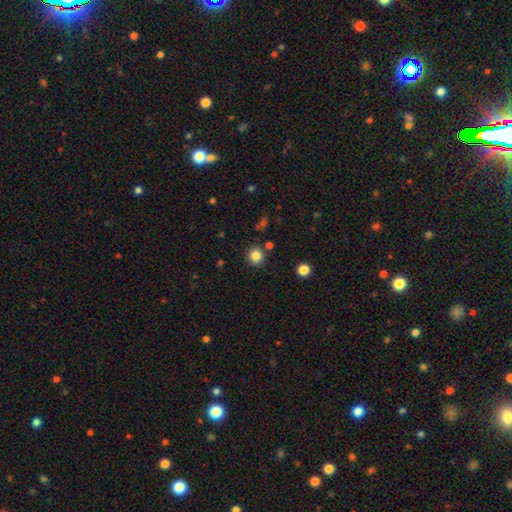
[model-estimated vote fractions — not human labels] The model was most divided on "smooth or featured": smooth: 84%, star or artifact: 11%, featured or disk: 4%. More confident: how rounded — round (91%); merging — none (86%).